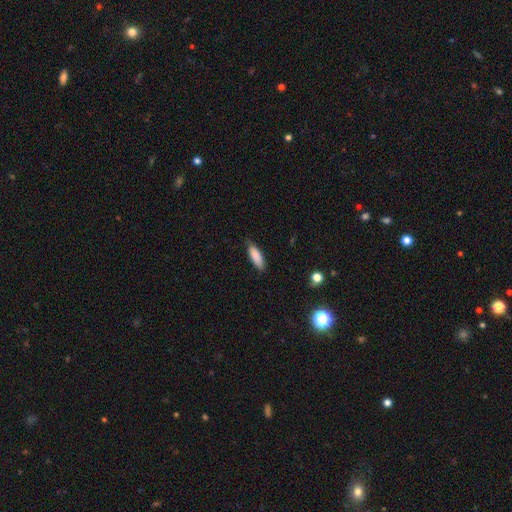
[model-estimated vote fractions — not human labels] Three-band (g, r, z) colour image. It shows a smooth galaxy with no disk features (86%) that is in between round and cigar-shaped (58%). Merging: none (79%).